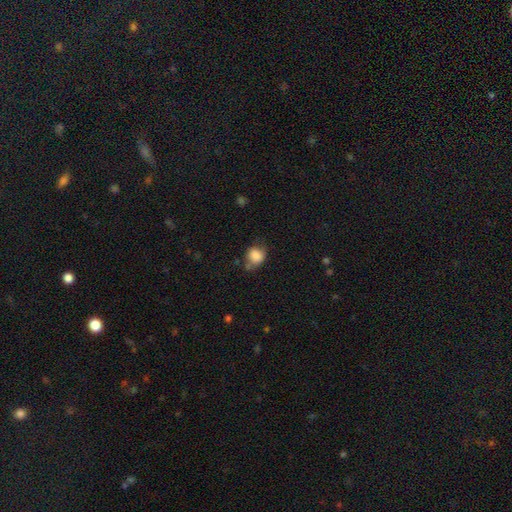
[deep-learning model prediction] A smooth galaxy with no disk features (82%) that is round (63%). Merging: none (52%).